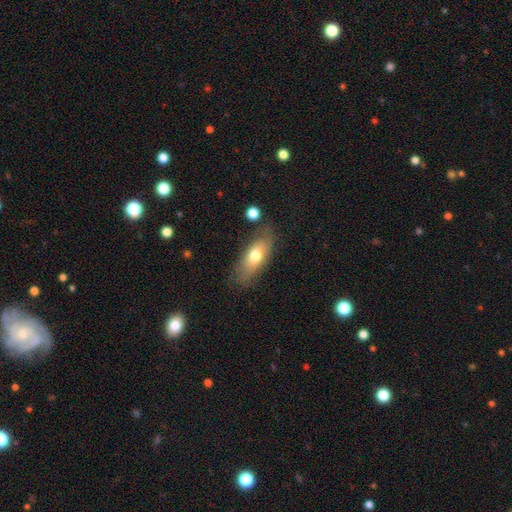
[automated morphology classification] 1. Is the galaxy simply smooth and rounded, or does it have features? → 66% smooth, 26% featured or disk, 7% star or artifact.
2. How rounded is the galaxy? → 75% in between, 21% cigar-shaped, 4% round.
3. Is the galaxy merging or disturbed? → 73% none, 18% minor disturbance, 5% major disturbance, 4% merger.